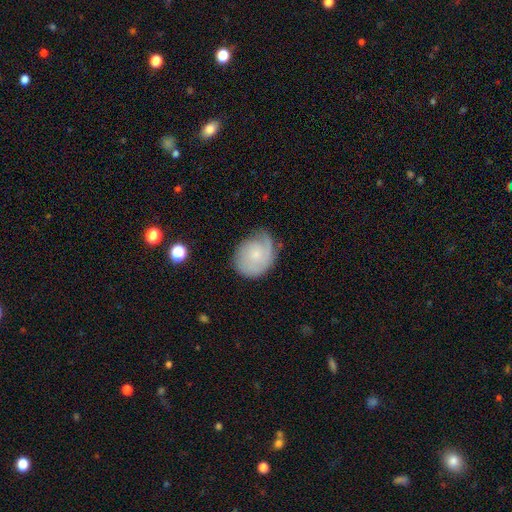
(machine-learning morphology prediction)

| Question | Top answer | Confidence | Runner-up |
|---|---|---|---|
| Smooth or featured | featured or disk | 54% | smooth (39%) |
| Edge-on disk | no | 97% | yes (3%) |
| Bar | no | 77% | weak (21%) |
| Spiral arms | yes | 86% | no (14%) |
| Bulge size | small | 63% | moderate (24%) |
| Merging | none | 57% | minor disturbance (29%) |